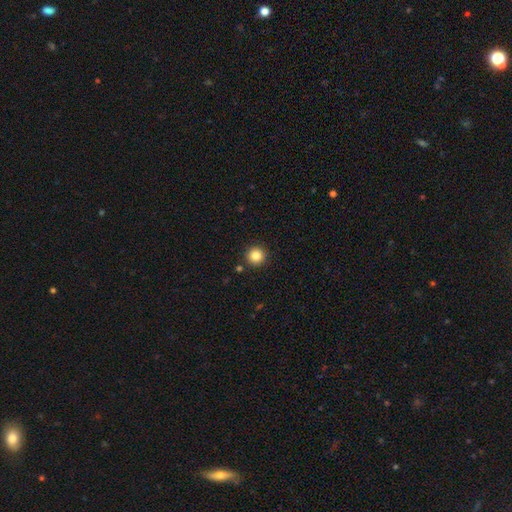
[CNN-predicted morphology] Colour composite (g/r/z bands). It shows a smooth galaxy with no disk features (85%) that is round (95%). Merging: none (91%).